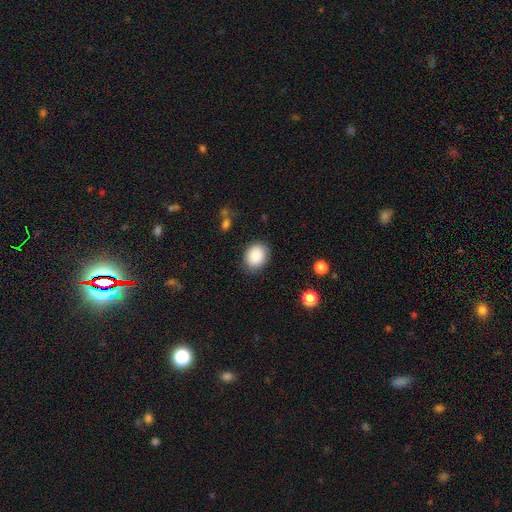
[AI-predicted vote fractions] This is clearly a smooth galaxy (88%). How rounded: possibly round (53%). Merging: clearly none (83%).